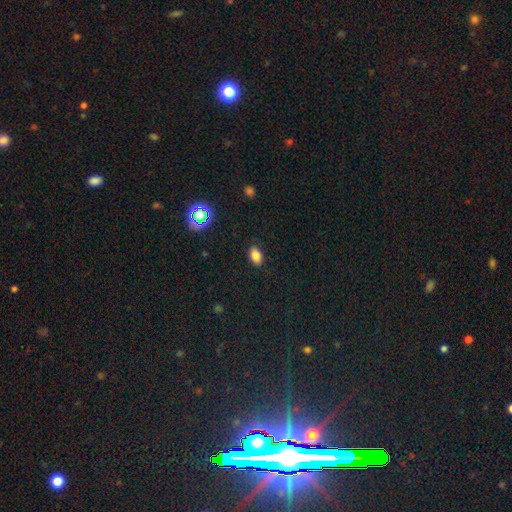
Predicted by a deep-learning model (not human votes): Morphology: type=smooth (82%); roundness=in between (88%); merging=none (87%).